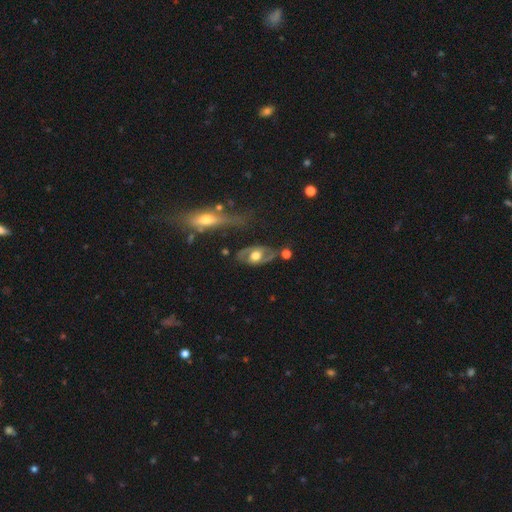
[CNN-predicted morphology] Q: Smooth or featured?
A: featured or disk (65%); runner-up: smooth (29%)
Q: Edge-on disk?
A: no (80%); runner-up: yes (20%)
Q: Bar?
A: no (70%); runner-up: weak (22%)
Q: Spiral arms?
A: no (51%); runner-up: yes (49%)
Q: Bulge size?
A: moderate (53%); runner-up: large (38%)
Q: Merging?
A: none (66%); runner-up: minor disturbance (19%)